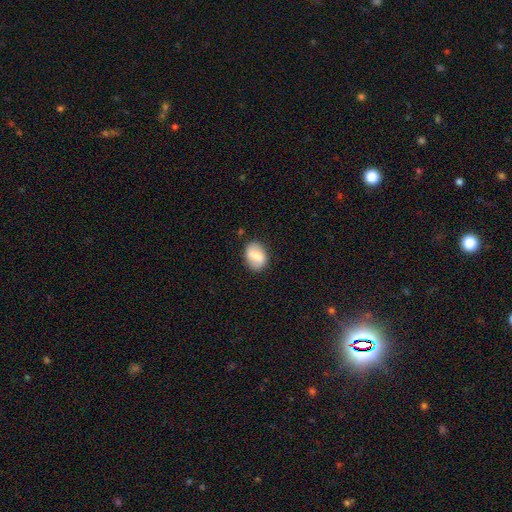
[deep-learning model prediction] Overall: smooth (50%; featured or disk 43%). How rounded: in between (69%; round 29%). Merging: none (83%).